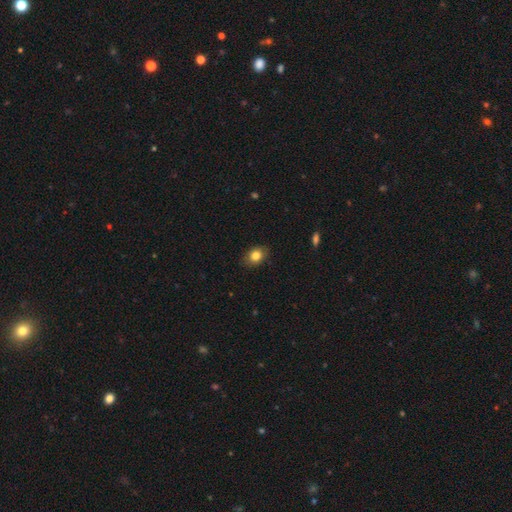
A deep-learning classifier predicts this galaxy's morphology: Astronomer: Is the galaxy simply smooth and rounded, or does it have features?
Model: smooth — 82%.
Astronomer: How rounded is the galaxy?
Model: in between — 67%.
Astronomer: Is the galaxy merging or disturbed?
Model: none — 84%.